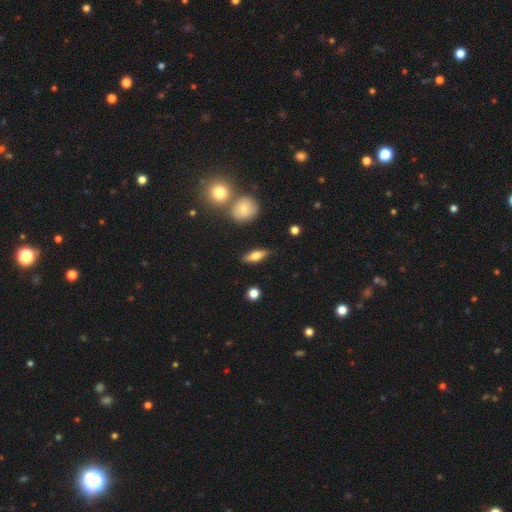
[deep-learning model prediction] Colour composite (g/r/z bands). It shows a smooth galaxy with no disk features (50%). Merging: none (83%).